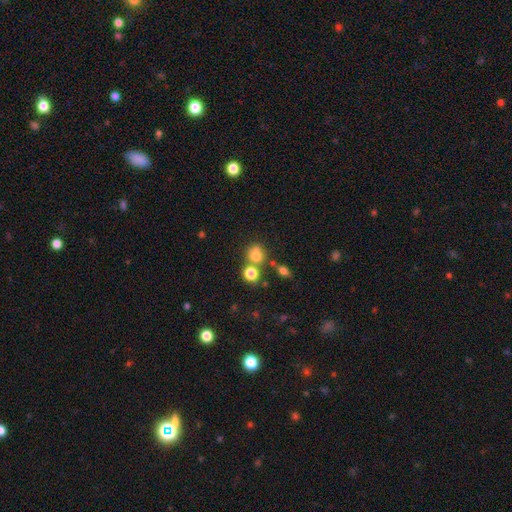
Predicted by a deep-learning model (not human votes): smooth_or_featured: smooth (p=0.74) [alt: star or artifact p=0.16]
how_rounded: round (p=0.77) [alt: in between p=0.22]
merging: none (p=0.56) [alt: merger p=0.25]